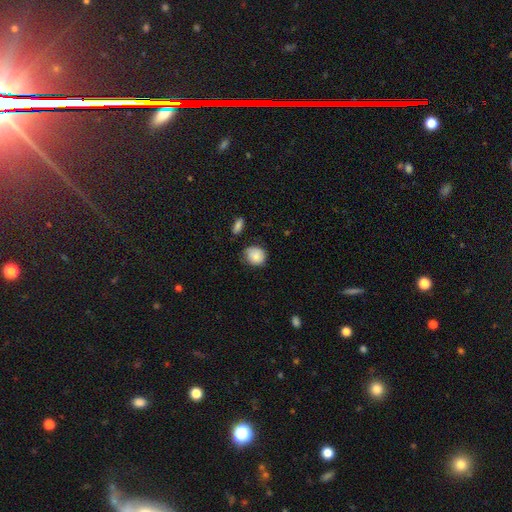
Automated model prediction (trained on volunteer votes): smooth 84%, featured or disk 9%, star or artifact 8%. Down the decision tree: how rounded — round (76%); merging — none (64%).